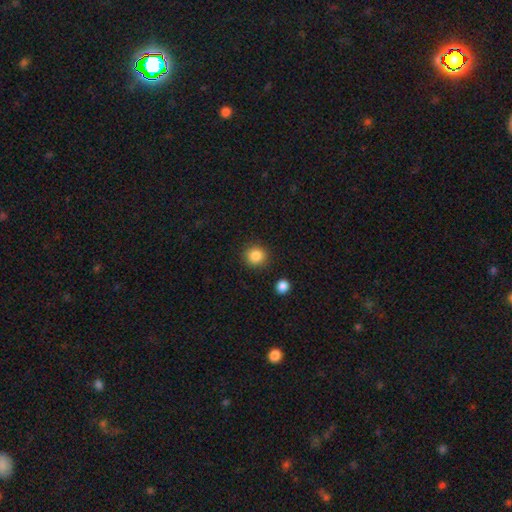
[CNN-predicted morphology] smooth_or_featured: smooth (p=0.86) [alt: star or artifact p=0.10]
how_rounded: round (p=0.91) [alt: in between p=0.08]
merging: none (p=0.89) [alt: minor disturbance p=0.06]